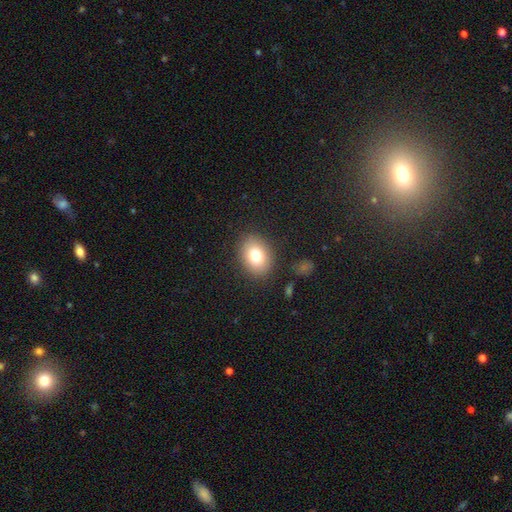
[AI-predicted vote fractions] smooth-or-featured: smooth: 77% | featured or disk: 13% | star or artifact: 10%
  how-rounded: in between: 65% | round: 35% | cigar-shaped: 1%
  merging: none: 86% | minor disturbance: 9% | major disturbance: 3% | merger: 1%